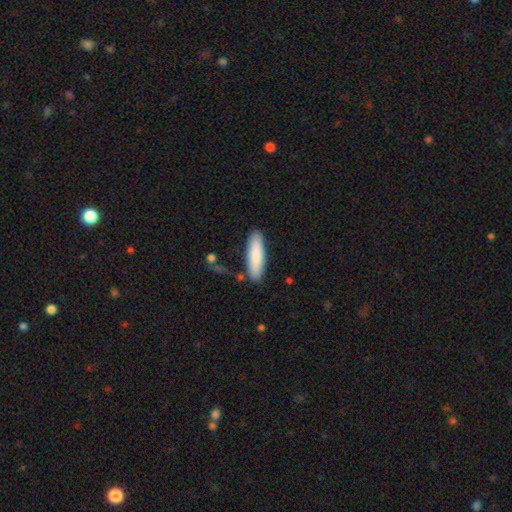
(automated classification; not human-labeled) A smooth galaxy with no disk features (86%) that is cigar-shaped (65%). Merging: none (85%).